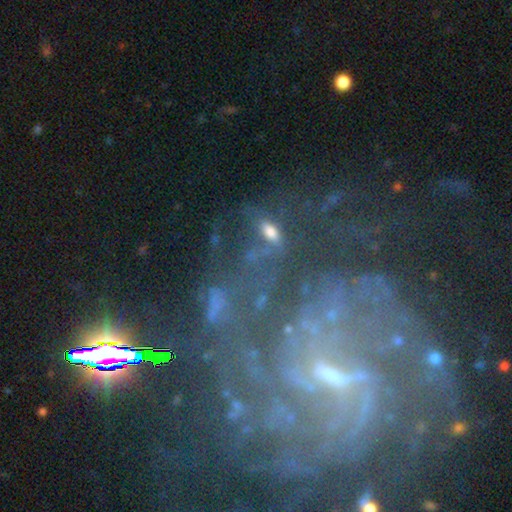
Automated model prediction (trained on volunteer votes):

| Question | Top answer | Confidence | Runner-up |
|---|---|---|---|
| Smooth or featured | featured or disk | 48% | smooth (26%) |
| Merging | none | 50% | minor disturbance (20%) |